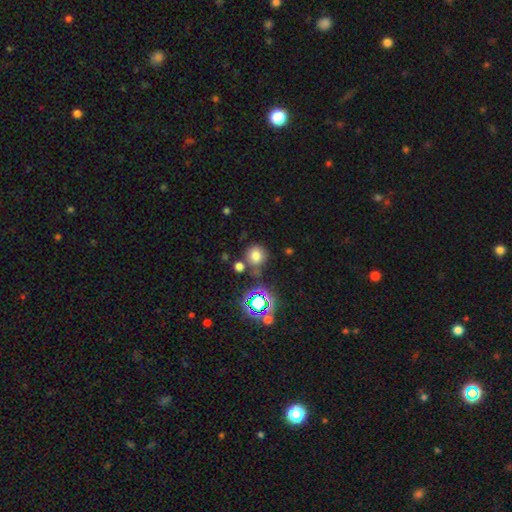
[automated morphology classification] smooth_or_featured: smooth (p=0.70) [alt: star or artifact p=0.22]
how_rounded: round (p=0.88) [alt: in between p=0.10]
merging: none (p=0.71) [alt: minor disturbance p=0.13]